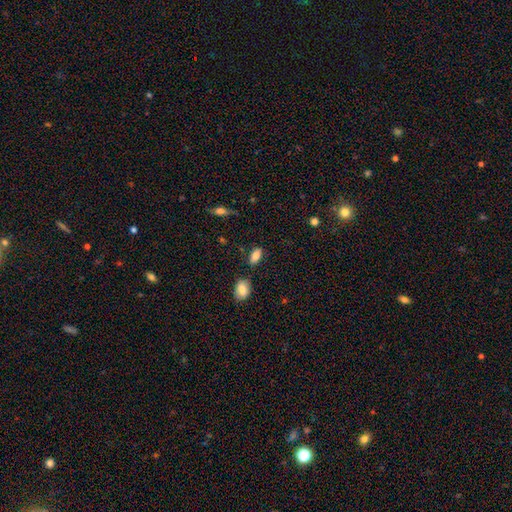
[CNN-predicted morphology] Smooth or featured?
  - smooth: 81% *
  - featured or disk: 11%
  - star or artifact: 8%
How rounded?
  - in between: 87% *
  - cigar-shaped: 9%
  - round: 4%
Merging?
  - none: 80% *
  - minor disturbance: 12%
  - merger: 5%
  - major disturbance: 3%